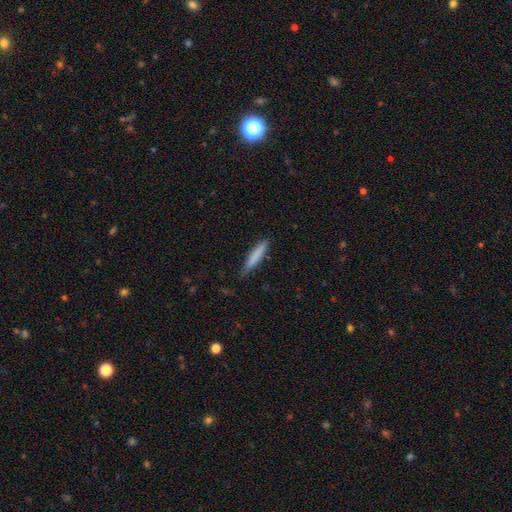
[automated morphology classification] Smooth or featured?
  - smooth: 80% *
  - featured or disk: 15%
  - star or artifact: 6%
How rounded?
  - cigar-shaped: 91% *
  - in between: 7%
  - round: 1%
Merging?
  - none: 83% *
  - minor disturbance: 13%
  - major disturbance: 2%
  - merger: 1%